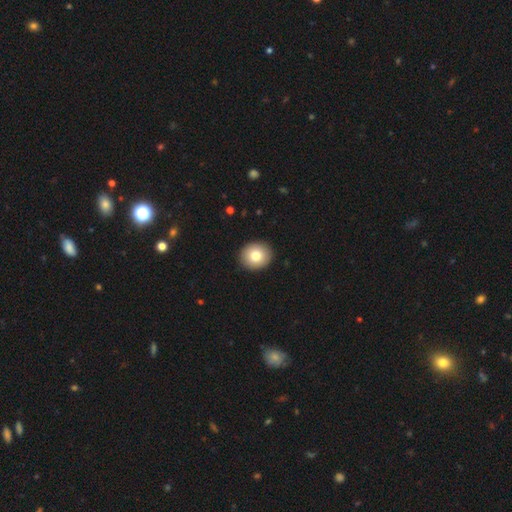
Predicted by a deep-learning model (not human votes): Smooth or featured? Predicted: smooth (p=0.79). How rounded? Predicted: round (p=0.80). Merging? Predicted: none (p=0.92).